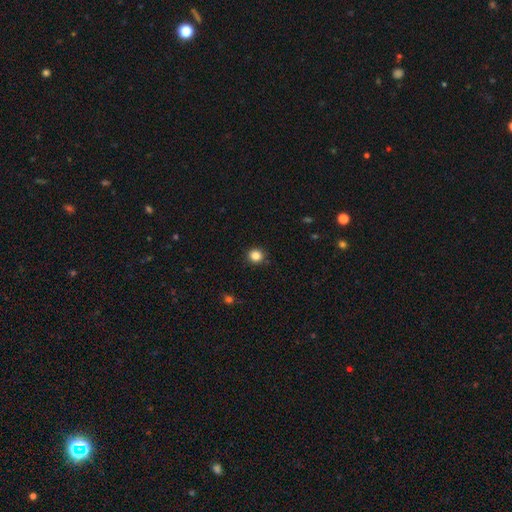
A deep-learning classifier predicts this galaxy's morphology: Smooth or featured? Predicted: smooth (p=0.84). How rounded? Predicted: round (p=0.91). Merging? Predicted: none (p=0.91).